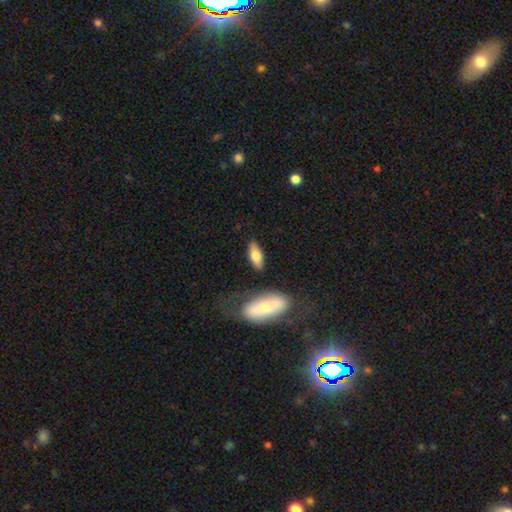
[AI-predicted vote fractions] A smooth galaxy with no disk features (65%) that is in between round and cigar-shaped (70%).

Vote fractions:
- Smooth or featured? smooth: 65% / featured or disk: 29% / star or artifact: 6%
- How rounded? in between: 70% / cigar-shaped: 27% / round: 3%
- Merging? none: 80% / minor disturbance: 12% / merger: 5% / major disturbance: 3%